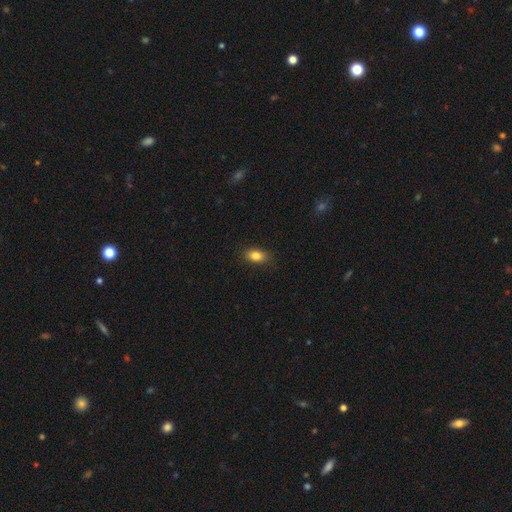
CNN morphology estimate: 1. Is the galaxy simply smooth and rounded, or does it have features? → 83% smooth, 9% star or artifact, 8% featured or disk.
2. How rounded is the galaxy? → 86% in between, 10% round, 4% cigar-shaped.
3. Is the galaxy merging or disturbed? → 84% none, 12% minor disturbance, 3% major disturbance, 1% merger.